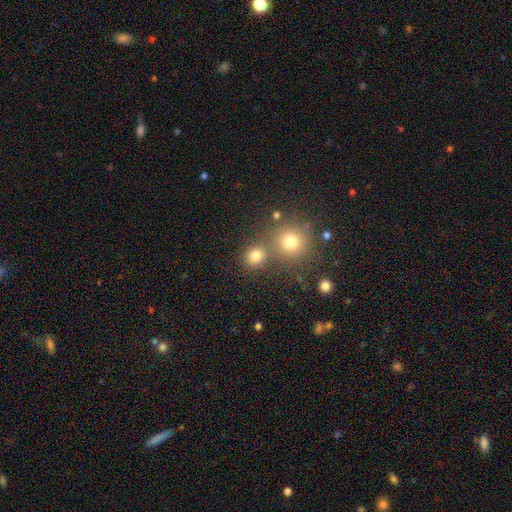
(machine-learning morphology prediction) smooth-or-featured: smooth: 78% | star or artifact: 16% | featured or disk: 6%
  how-rounded: round: 81% | in between: 18% | cigar-shaped: 1%
  merging: none: 67% | merger: 21% | minor disturbance: 8% | major disturbance: 3%